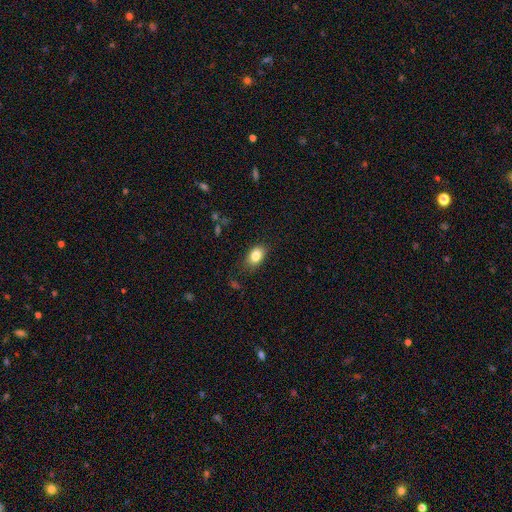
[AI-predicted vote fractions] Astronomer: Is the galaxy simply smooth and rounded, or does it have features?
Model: smooth — 83%.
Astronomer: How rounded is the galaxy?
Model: in between — 82%.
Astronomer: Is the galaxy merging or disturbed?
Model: none — 78%.